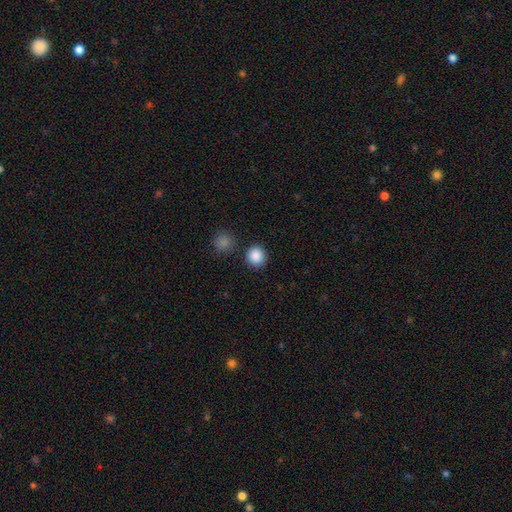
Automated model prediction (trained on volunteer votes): A smooth galaxy with no disk features (88%) that is round (91%).

Vote fractions:
- Smooth or featured? smooth: 88% / star or artifact: 9% / featured or disk: 3%
- How rounded? round: 91% / in between: 8% / cigar-shaped: 1%
- Merging? none: 87% / minor disturbance: 7% / merger: 4% / major disturbance: 3%